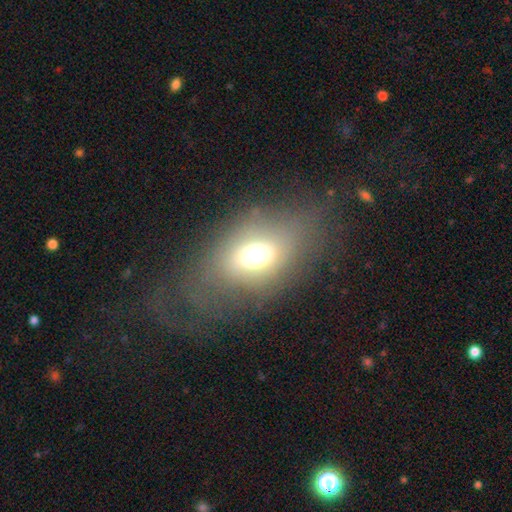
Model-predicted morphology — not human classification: Smooth or featured? Predicted: smooth (p=0.59). How rounded? Predicted: in between (p=0.75). Merging? Predicted: none (p=0.56).